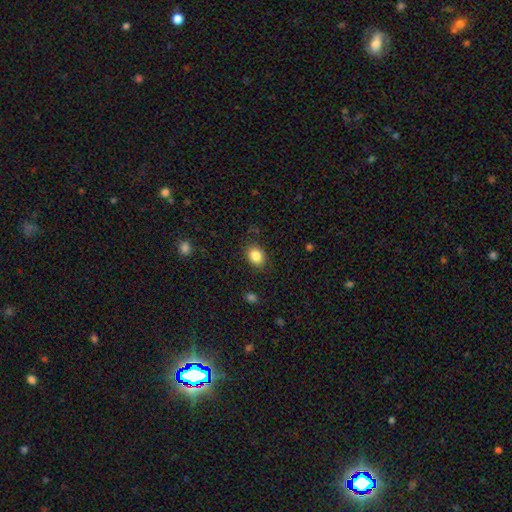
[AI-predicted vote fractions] This appears to be a smooth galaxy with no disk features (85%) that is in between round and cigar-shaped (60%). Merging: none (85%).